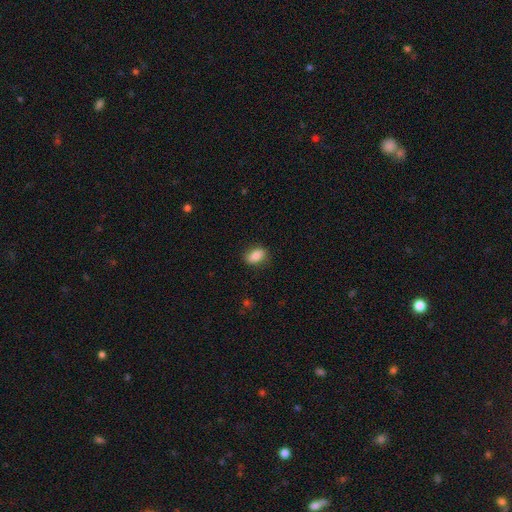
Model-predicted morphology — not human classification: Overall: smooth (84%). How rounded: in between (84%). Merging: none (84%).